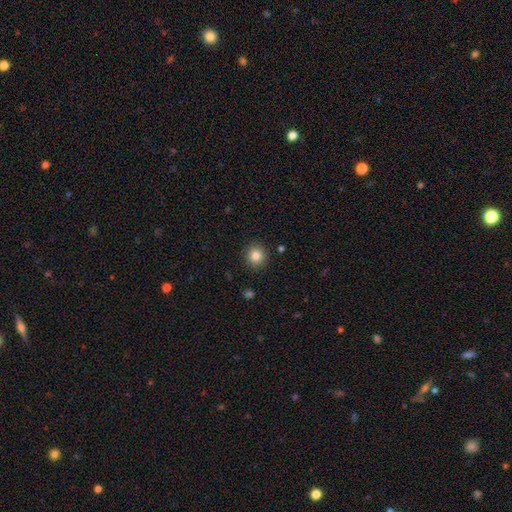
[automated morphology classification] This appears to be a smooth galaxy with no disk features (83%) that is round (92%). Merging: none (91%).